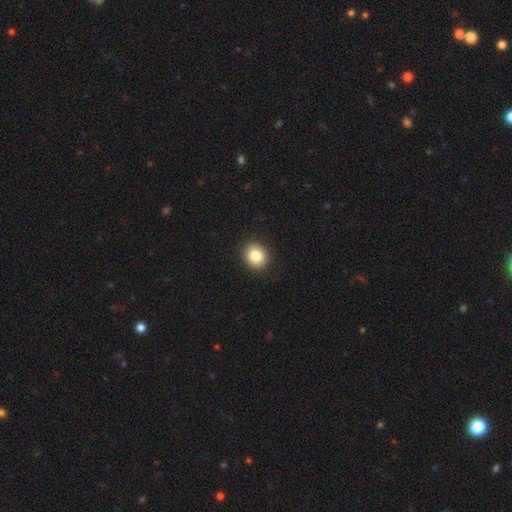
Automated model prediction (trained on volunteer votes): The model was most divided on "how rounded": round: 79%, in between: 20%, cigar-shaped: 1%. More confident: merging — none (92%); smooth or featured — smooth (83%).